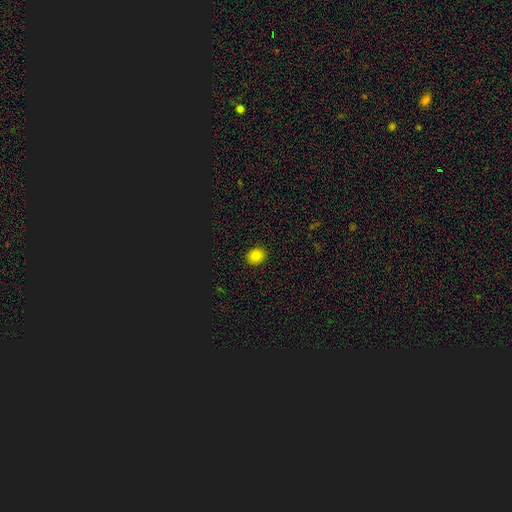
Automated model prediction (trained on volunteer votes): Overall: smooth (83%). How rounded: round (68%; in between 31%). Merging: none (91%).